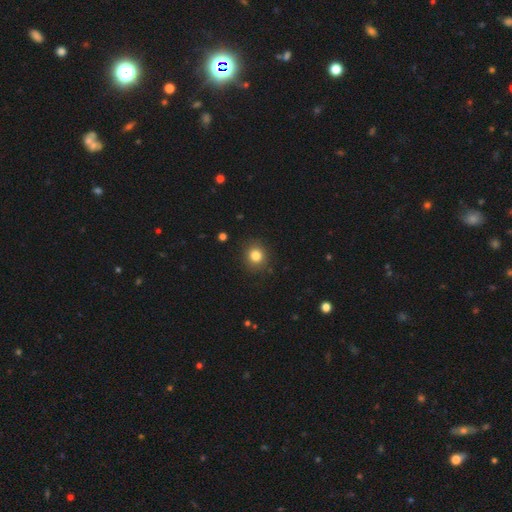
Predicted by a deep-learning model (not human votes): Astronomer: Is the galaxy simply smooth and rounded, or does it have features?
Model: smooth — 83%.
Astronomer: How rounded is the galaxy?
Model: round — 83%.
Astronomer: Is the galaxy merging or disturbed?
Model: none — 89%.